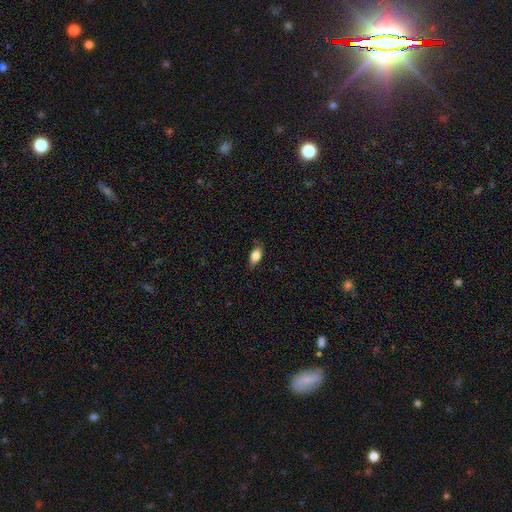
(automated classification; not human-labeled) smooth-or-featured: smooth: 80% | featured or disk: 13% | star or artifact: 8%
  how-rounded: in between: 86% | cigar-shaped: 9% | round: 5%
  merging: none: 78% | minor disturbance: 18% | major disturbance: 3% | merger: 1%